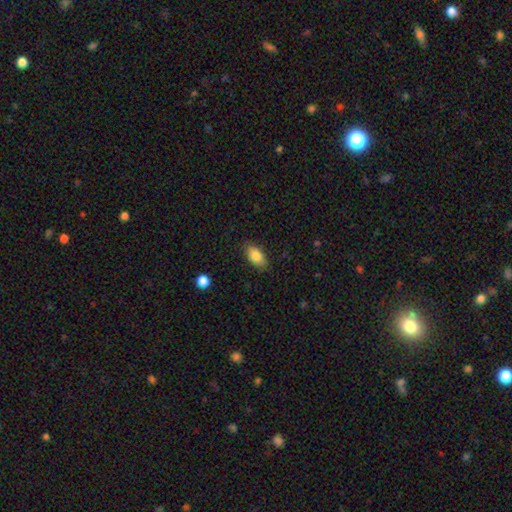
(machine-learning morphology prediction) Smooth or featured? smooth (85%)
How rounded? in between (92%)
Merging? none (85%)